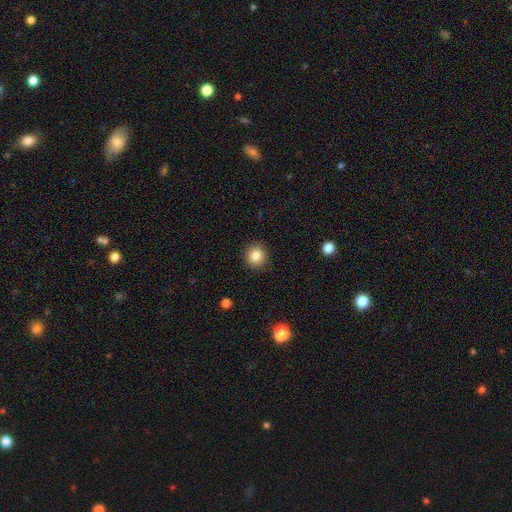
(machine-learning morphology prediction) A smooth galaxy with no disk features (85%) that is round (92%).

Vote fractions:
- Smooth or featured? smooth: 85% / star or artifact: 10% / featured or disk: 5%
- How rounded? round: 92% / in between: 7% / cigar-shaped: 1%
- Merging? none: 91% / minor disturbance: 6% / major disturbance: 2% / merger: 1%